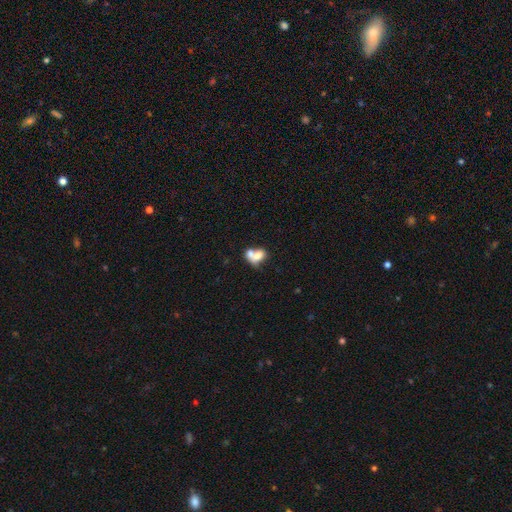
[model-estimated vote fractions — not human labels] Overall: smooth (68%). How rounded: in between (65%; round 33%). Merging: merger (67%).